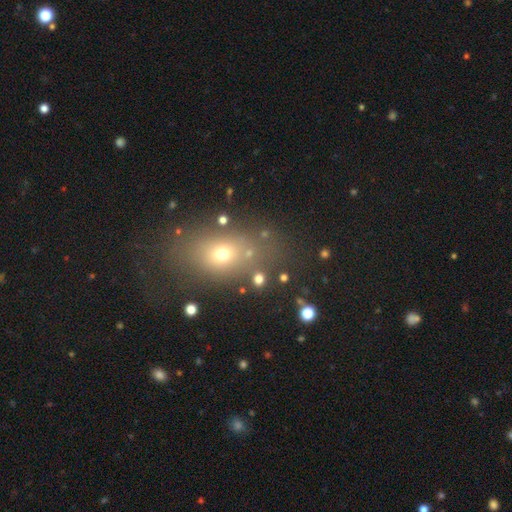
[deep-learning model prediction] A smooth galaxy with no disk features (58%) that is in between round and cigar-shaped (62%).

Vote fractions:
- Smooth or featured? smooth: 58% / star or artifact: 25% / featured or disk: 17%
- How rounded? in between: 62% / round: 35% / cigar-shaped: 3%
- Merging? none: 74% / minor disturbance: 13% / major disturbance: 7% / merger: 6%